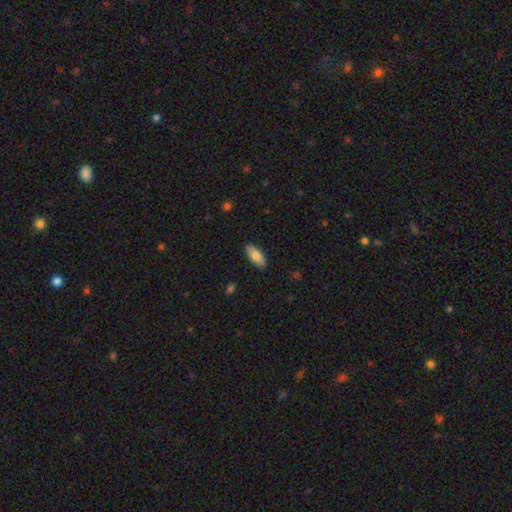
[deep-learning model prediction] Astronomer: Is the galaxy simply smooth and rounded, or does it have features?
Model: smooth — 78%.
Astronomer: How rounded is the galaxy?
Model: in between — 83%.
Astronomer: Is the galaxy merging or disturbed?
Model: none — 87%.